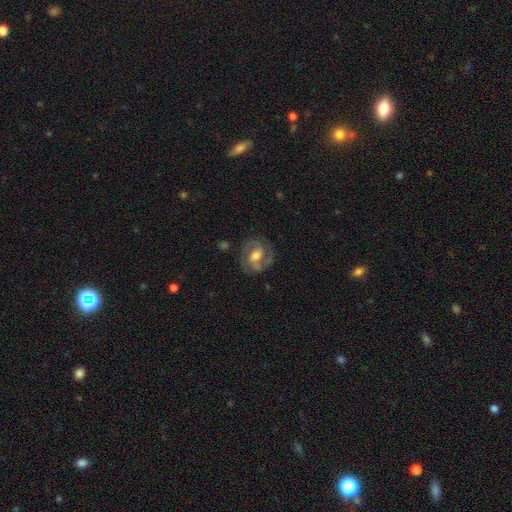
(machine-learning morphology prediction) Smooth or featured: featured or disk — 82% (smooth — 12%)
Edge-on disk: no — 97% (yes — 3%)
Bar: weak — 48% (strong — 27%)
Spiral arms: yes — 94% (no — 6%)
Spiral winding: medium — 48% (tight — 42%)
Spiral arm count: 2 — 88% (can't tell — 5%)
Bulge size: moderate — 62% (small — 24%)
Merging: none — 81% (minor disturbance — 13%)